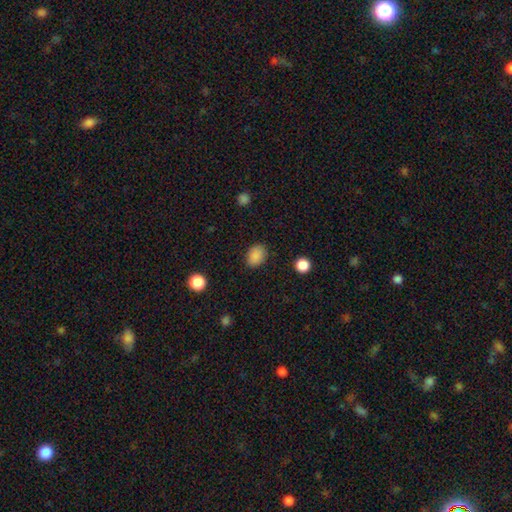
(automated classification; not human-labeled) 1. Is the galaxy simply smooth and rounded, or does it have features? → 87% smooth, 10% star or artifact, 3% featured or disk.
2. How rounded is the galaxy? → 68% in between, 31% round, 1% cigar-shaped.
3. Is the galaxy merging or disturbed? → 85% none, 11% minor disturbance, 3% major disturbance, 1% merger.